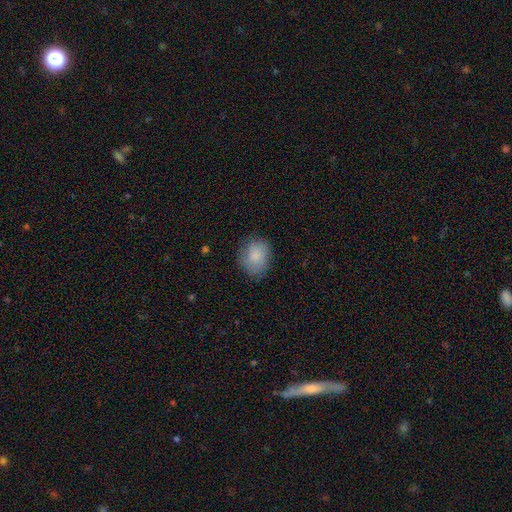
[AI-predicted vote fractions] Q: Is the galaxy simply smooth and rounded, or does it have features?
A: smooth — 83%.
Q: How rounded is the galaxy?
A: round — 51%.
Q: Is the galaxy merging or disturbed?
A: none — 75%.